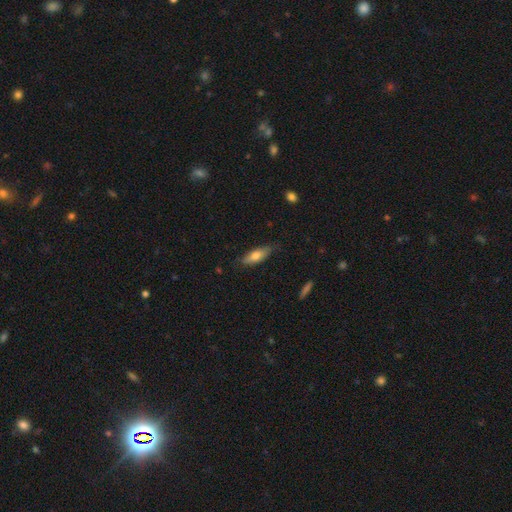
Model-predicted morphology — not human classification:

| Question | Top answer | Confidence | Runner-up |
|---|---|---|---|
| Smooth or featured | smooth | 71% | featured or disk (23%) |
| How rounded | in between | 65% | cigar-shaped (32%) |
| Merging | none | 75% | minor disturbance (20%) |